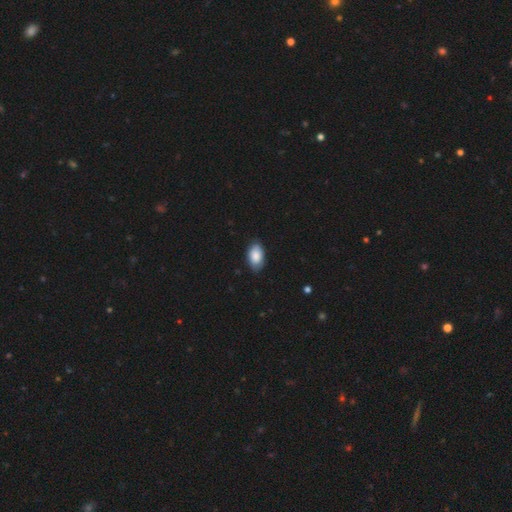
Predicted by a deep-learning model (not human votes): A smooth galaxy with no disk features (86%) that is in between round and cigar-shaped (94%).

Vote fractions:
- Smooth or featured? smooth: 86% / featured or disk: 8% / star or artifact: 6%
- How rounded? in between: 94% / round: 5% / cigar-shaped: 2%
- Merging? none: 82% / minor disturbance: 15% / major disturbance: 2% / merger: 1%